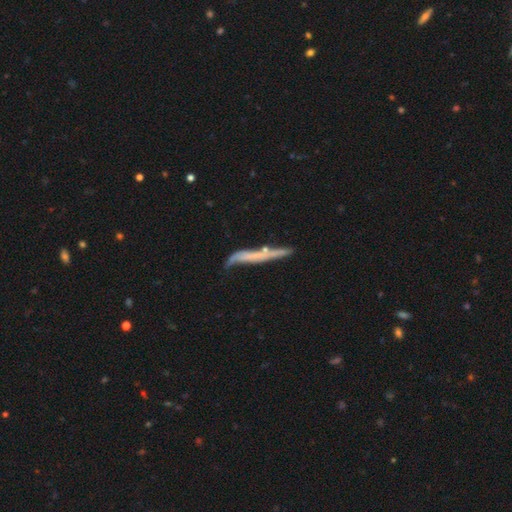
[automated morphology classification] Smooth or featured?
  - featured or disk: 55% *
  - smooth: 37%
  - star or artifact: 8%
Edge-on disk?
  - yes: 75% *
  - no: 25%
Merging?
  - none: 51% *
  - minor disturbance: 27%
  - major disturbance: 12%
  - merger: 10%